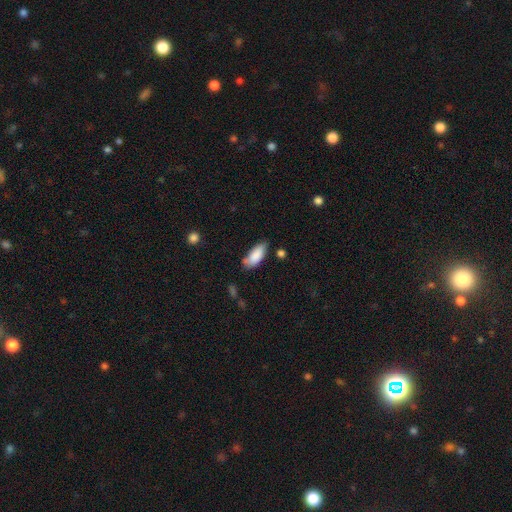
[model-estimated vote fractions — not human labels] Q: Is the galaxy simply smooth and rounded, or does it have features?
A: smooth — 86%.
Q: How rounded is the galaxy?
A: in between — 84%.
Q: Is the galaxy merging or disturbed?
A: none — 67%.